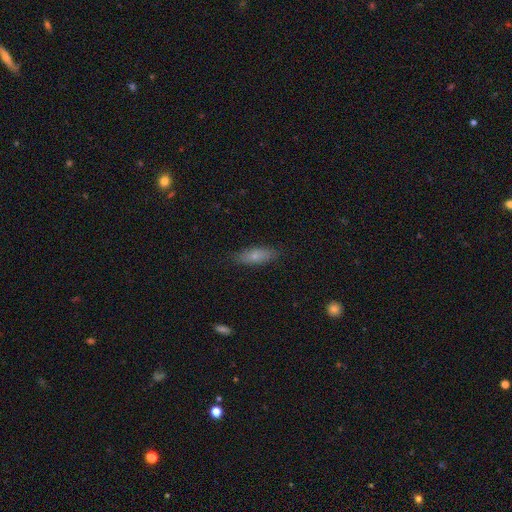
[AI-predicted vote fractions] smooth_or_featured: smooth (p=0.72) [alt: featured or disk p=0.20]
how_rounded: in between (p=0.62) [alt: cigar-shaped p=0.35]
merging: none (p=0.82) [alt: minor disturbance p=0.14]